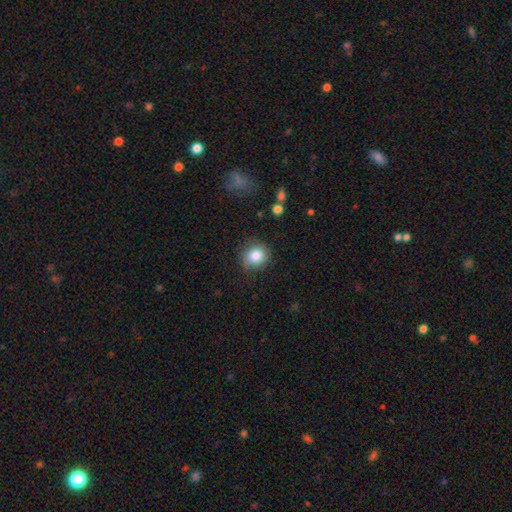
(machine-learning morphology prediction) A smooth galaxy with no disk features (83%) that is round (85%).

Vote fractions:
- Smooth or featured? smooth: 83% / star or artifact: 10% / featured or disk: 7%
- How rounded? round: 85% / in between: 14% / cigar-shaped: 1%
- Merging? none: 81% / minor disturbance: 14% / major disturbance: 3% / merger: 2%